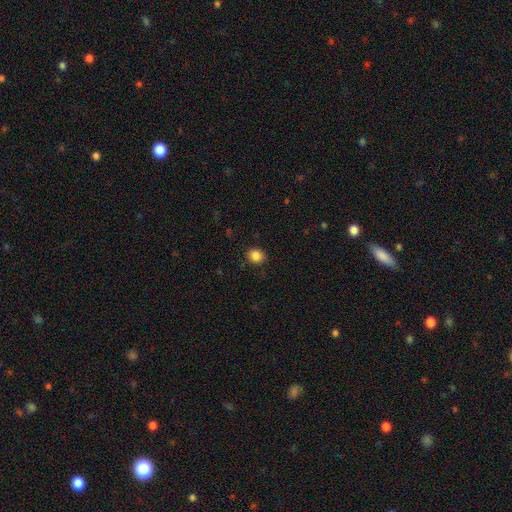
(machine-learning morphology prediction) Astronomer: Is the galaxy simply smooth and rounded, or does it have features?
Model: smooth — 86%.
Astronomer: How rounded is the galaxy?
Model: round — 76%.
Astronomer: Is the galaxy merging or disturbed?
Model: none — 88%.